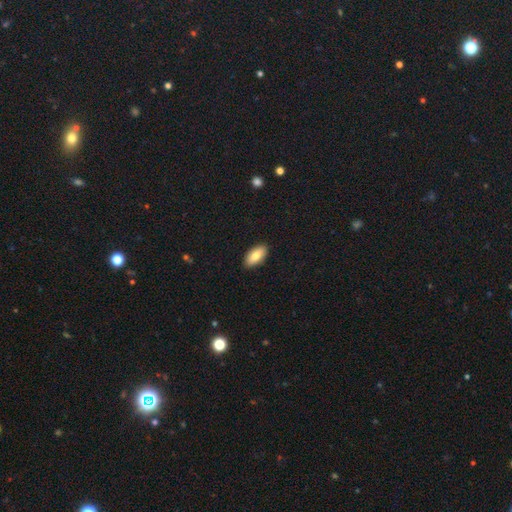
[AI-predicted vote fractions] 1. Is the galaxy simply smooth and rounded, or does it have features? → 82% smooth, 12% featured or disk, 6% star or artifact.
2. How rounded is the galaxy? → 91% in between, 6% cigar-shaped, 2% round.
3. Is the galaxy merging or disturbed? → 90% none, 7% minor disturbance, 2% major disturbance, 1% merger.